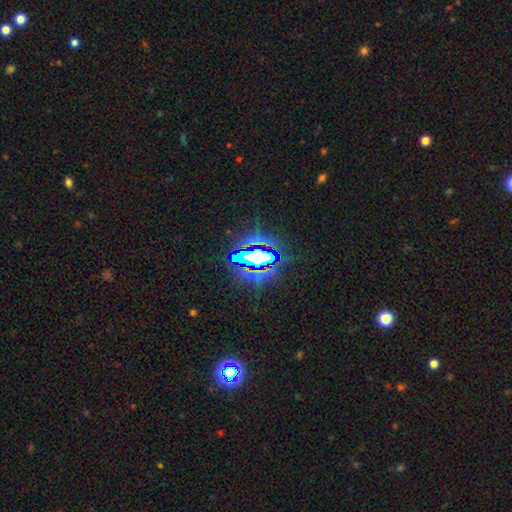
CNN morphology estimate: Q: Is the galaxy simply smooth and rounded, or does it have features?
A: star or artifact — 69%.